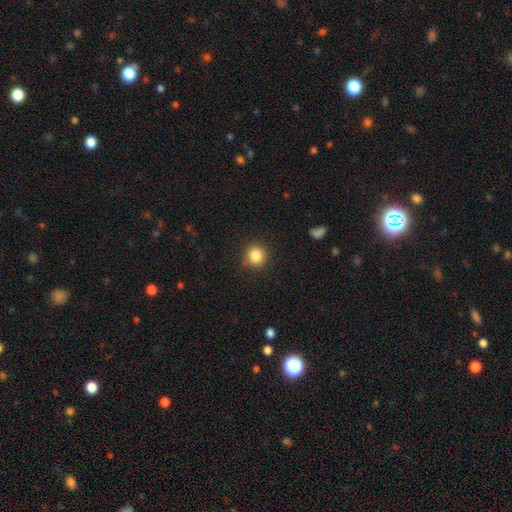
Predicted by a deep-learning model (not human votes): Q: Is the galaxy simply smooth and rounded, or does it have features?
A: smooth — 85%.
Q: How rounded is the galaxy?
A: round — 91%.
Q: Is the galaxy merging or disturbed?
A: none — 87%.